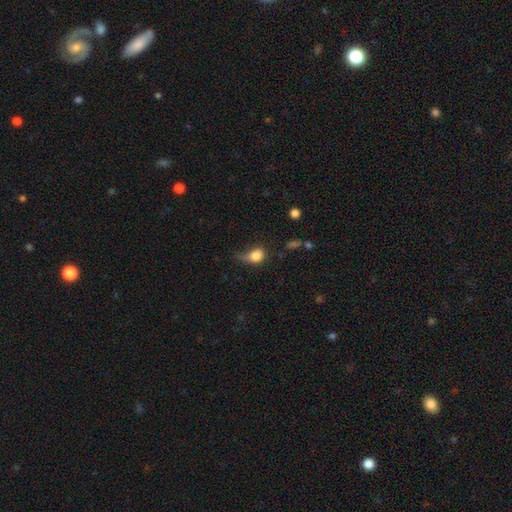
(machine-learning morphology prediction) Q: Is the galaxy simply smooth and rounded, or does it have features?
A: smooth — 82%.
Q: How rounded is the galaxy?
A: in between — 55%.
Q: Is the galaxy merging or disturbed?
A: minor disturbance — 37%.